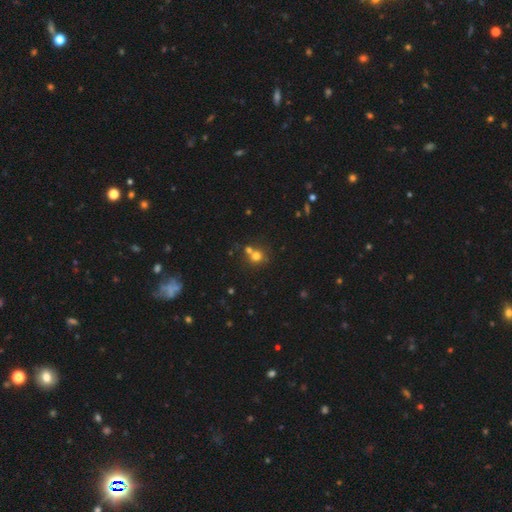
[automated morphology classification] type=smooth (71%); roundness=round (85%); merging=none (50%).